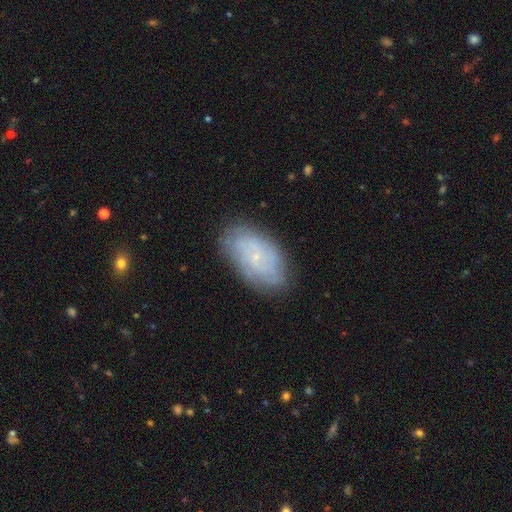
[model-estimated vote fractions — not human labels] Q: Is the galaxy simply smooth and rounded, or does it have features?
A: featured or disk — 53%.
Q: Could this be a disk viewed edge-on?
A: no — 94%.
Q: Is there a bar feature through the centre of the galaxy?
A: no — 75%.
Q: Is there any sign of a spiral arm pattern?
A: yes — 76%.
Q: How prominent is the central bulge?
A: small — 83%.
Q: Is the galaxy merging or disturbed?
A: none — 79%.